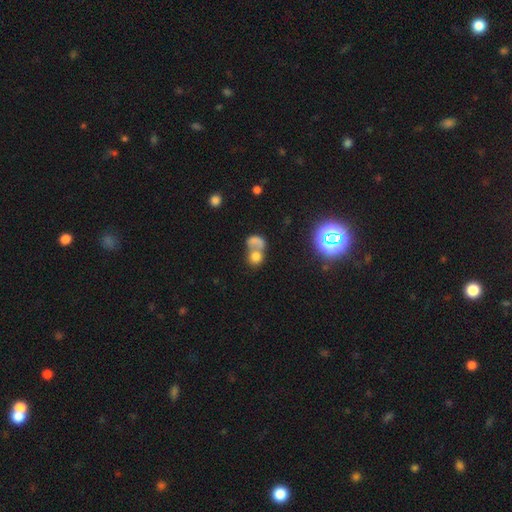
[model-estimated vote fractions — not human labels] A smooth galaxy with no disk features (65%) that is round (63%). Merging: merger (63%).